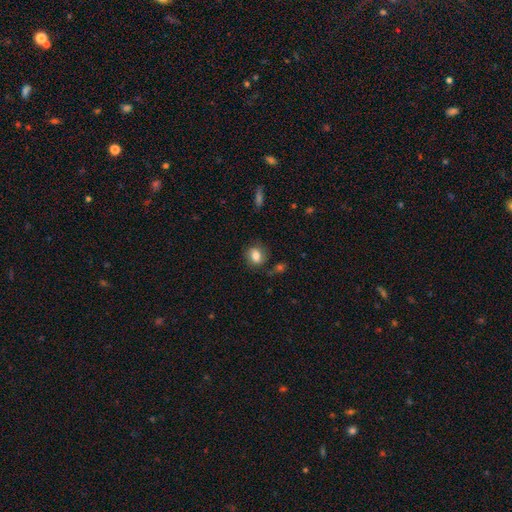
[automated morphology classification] smooth_or_featured: smooth (p=0.78) [alt: featured or disk p=0.12]
how_rounded: round (p=0.55) [alt: in between p=0.43]
merging: none (p=0.77) [alt: minor disturbance p=0.15]